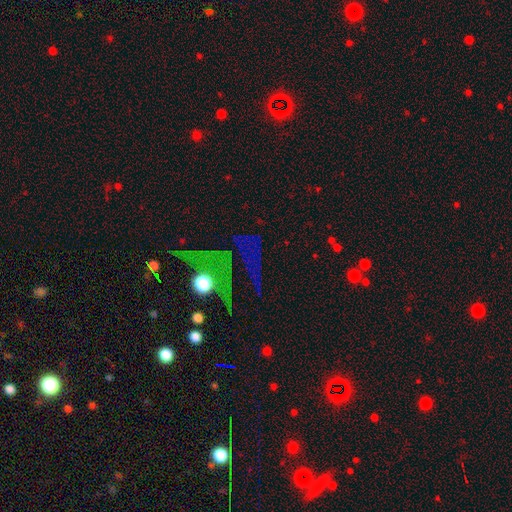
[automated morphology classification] smooth_or_featured: star or artifact (p=0.66) [alt: smooth p=0.17]